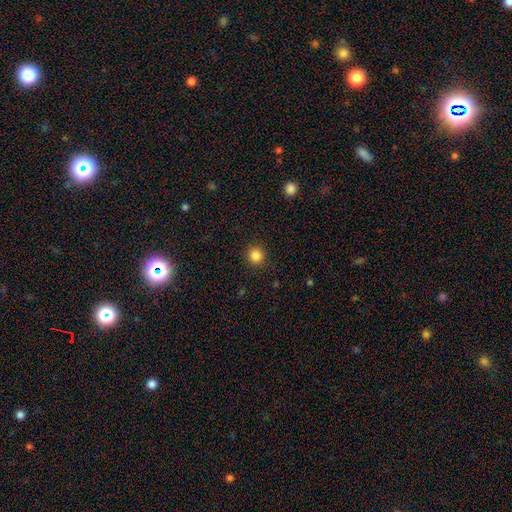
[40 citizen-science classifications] Volunteers were most divided on "merging": none: 87%, minor disturbance: 11%, major disturbance: 3%, merger: 0%. More confident: how rounded — round (100%); smooth or featured — smooth (88%).